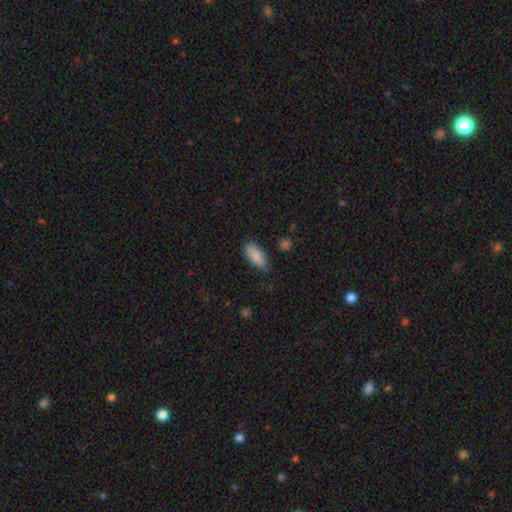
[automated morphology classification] Q: Smooth or featured?
A: smooth (87%); runner-up: featured or disk (7%)
Q: How rounded?
A: in between (83%); runner-up: cigar-shaped (15%)
Q: Merging?
A: none (77%); runner-up: minor disturbance (18%)